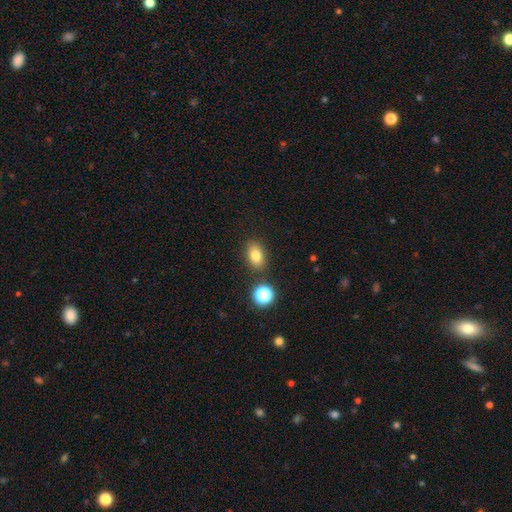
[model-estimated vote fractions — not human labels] Smooth or featured?
  - smooth: 79% *
  - star or artifact: 12%
  - featured or disk: 8%
How rounded?
  - in between: 77% *
  - round: 22%
  - cigar-shaped: 2%
Merging?
  - none: 83% *
  - minor disturbance: 10%
  - merger: 4%
  - major disturbance: 3%